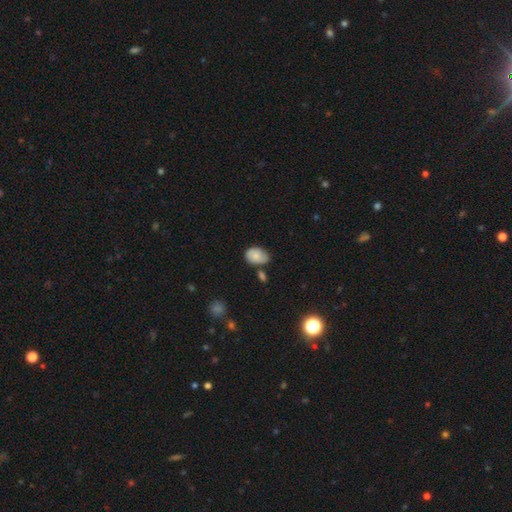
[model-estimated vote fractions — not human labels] smooth 80%, featured or disk 12%, star or artifact 8%. Down the decision tree: how rounded — in between (81%); merging — none (55%).